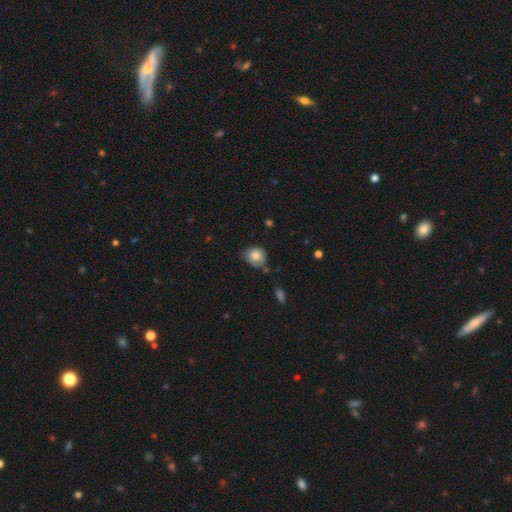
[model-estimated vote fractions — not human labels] Smooth or featured? smooth (81%)
How rounded? round (74%)
Merging? none (59%)